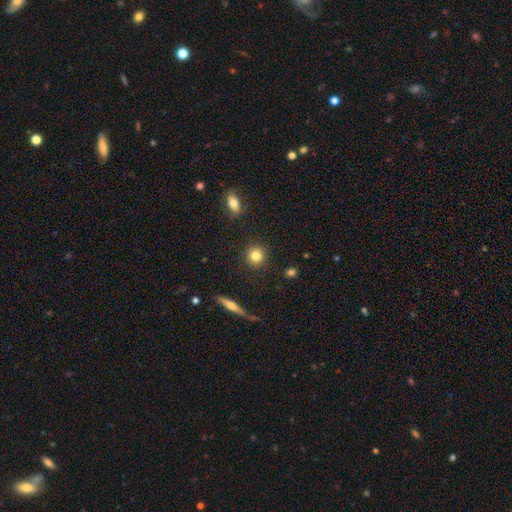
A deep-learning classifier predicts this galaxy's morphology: type=smooth (83%); roundness=round (91%); merging=none (91%).